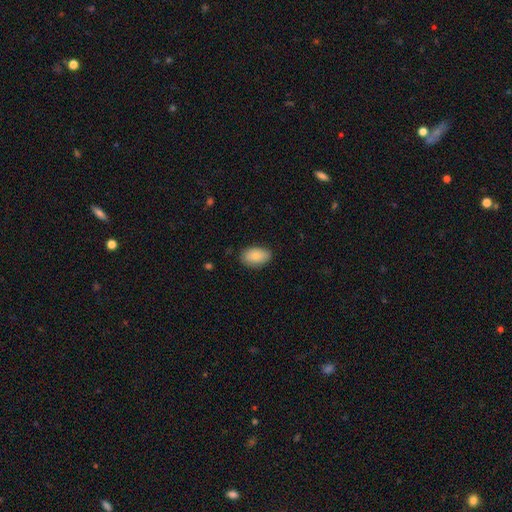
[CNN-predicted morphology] Smooth or featured?
  - smooth: 85% *
  - featured or disk: 9%
  - star or artifact: 6%
How rounded?
  - in between: 93% *
  - round: 6%
  - cigar-shaped: 1%
Merging?
  - none: 84% *
  - minor disturbance: 13%
  - major disturbance: 2%
  - merger: 1%